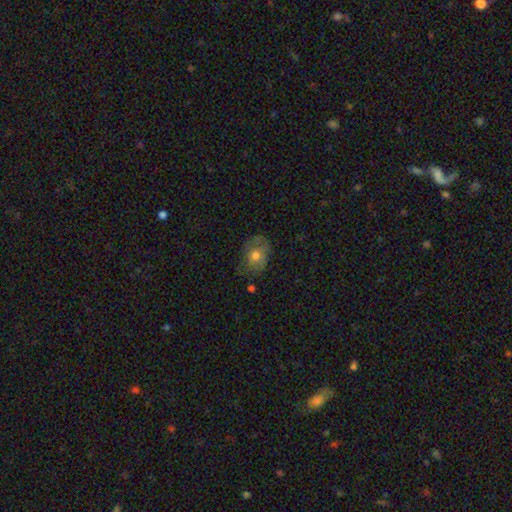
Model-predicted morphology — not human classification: type=smooth (65%); roundness=in between (64%); merging=none (60%).